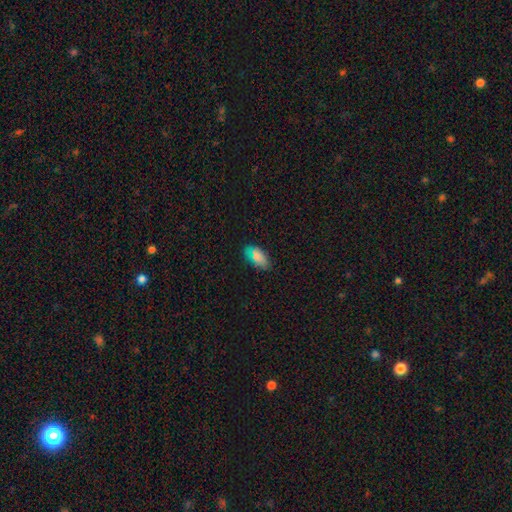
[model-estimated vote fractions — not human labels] A smooth galaxy with no disk features (79%) that is in between round and cigar-shaped (92%).

Vote fractions:
- Smooth or featured? smooth: 79% / star or artifact: 13% / featured or disk: 8%
- How rounded? in between: 92% / cigar-shaped: 5% / round: 3%
- Merging? none: 75% / minor disturbance: 19% / major disturbance: 4% / merger: 2%